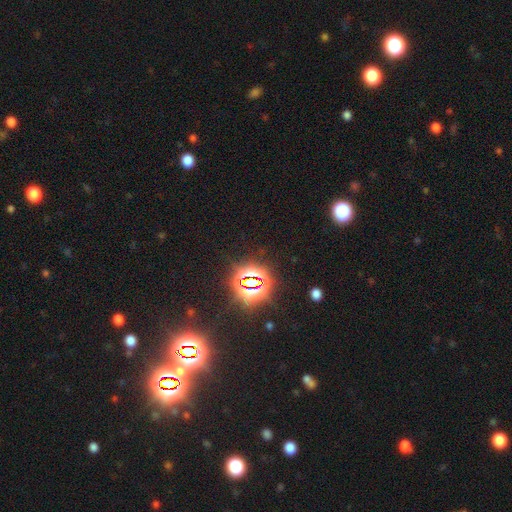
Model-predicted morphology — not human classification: The model was most divided on "smooth or featured": star or artifact: 80%, smooth: 13%, featured or disk: 7%.